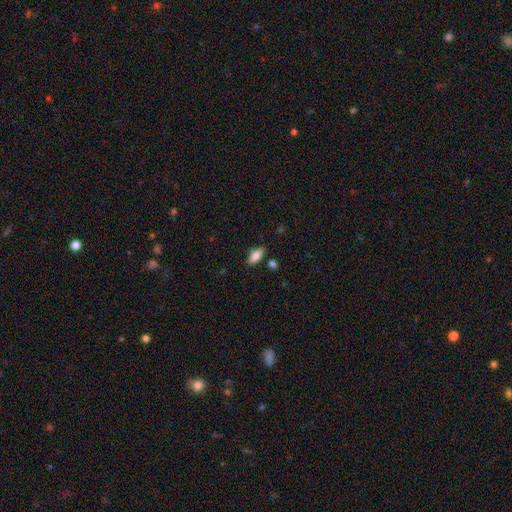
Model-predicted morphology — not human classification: A smooth galaxy with no disk features (82%) that is in between round and cigar-shaped (82%). Merging: none (83%).